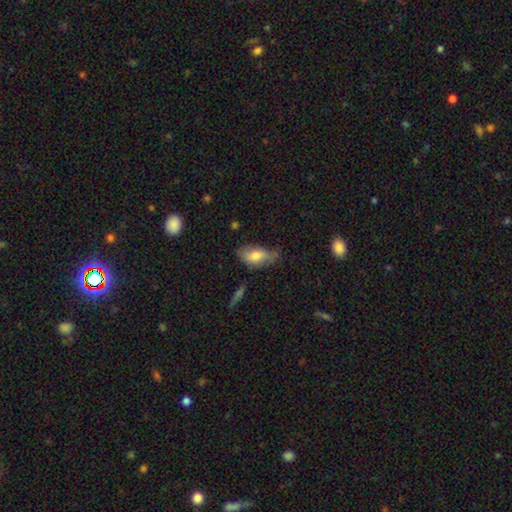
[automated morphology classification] type=smooth (75%); roundness=in between (90%); merging=none (50%).